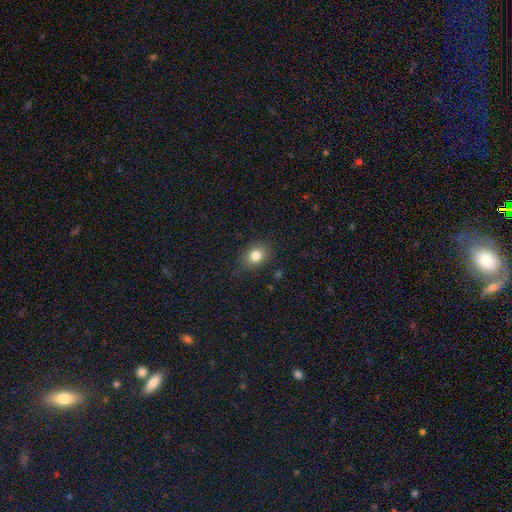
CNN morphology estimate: Smooth or featured: smooth — 81% (star or artifact — 11%)
How rounded: in between — 56% (round — 43%)
Merging: none — 81% (minor disturbance — 14%)